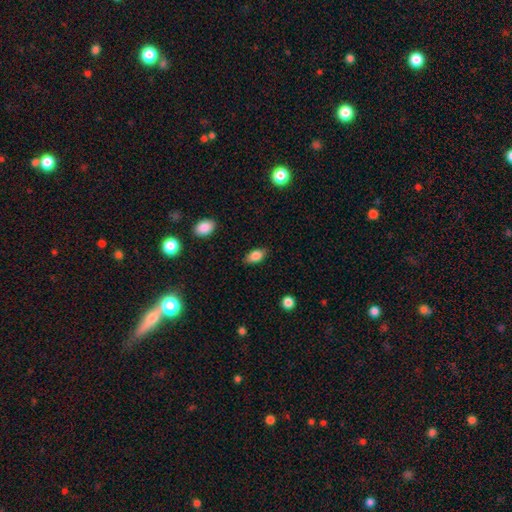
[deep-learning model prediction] Smooth or featured?
  - smooth: 86% *
  - star or artifact: 8%
  - featured or disk: 6%
How rounded?
  - in between: 90% *
  - round: 6%
  - cigar-shaped: 4%
Merging?
  - none: 84% *
  - minor disturbance: 12%
  - major disturbance: 3%
  - merger: 1%